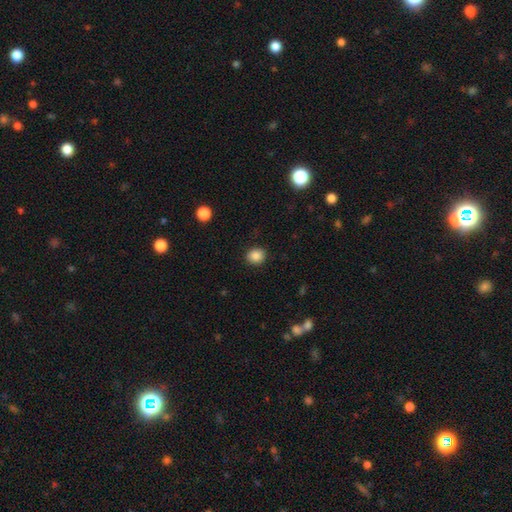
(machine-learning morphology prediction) A smooth galaxy with no disk features (86%) that is round (76%). Merging: none (90%).